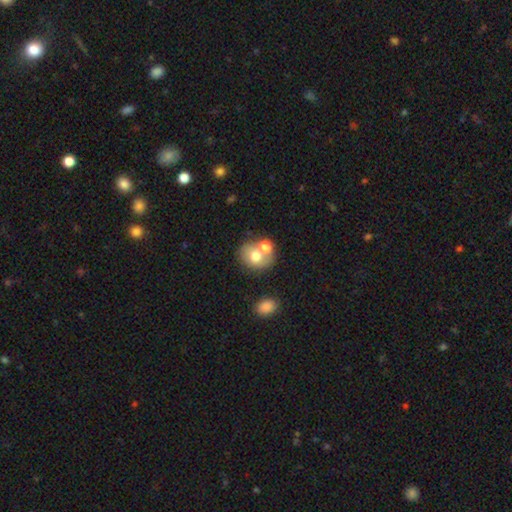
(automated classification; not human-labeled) smooth_or_featured: smooth (p=0.68) [alt: featured or disk p=0.22]
how_rounded: round (p=0.63) [alt: in between p=0.36]
merging: none (p=0.46) [alt: merger p=0.39]